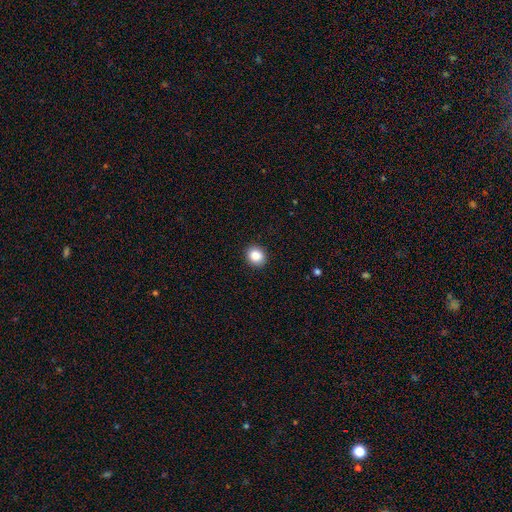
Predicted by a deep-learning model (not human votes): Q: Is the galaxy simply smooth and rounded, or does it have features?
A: smooth — 87%.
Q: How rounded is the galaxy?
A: round — 73%.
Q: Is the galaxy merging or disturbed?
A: none — 91%.